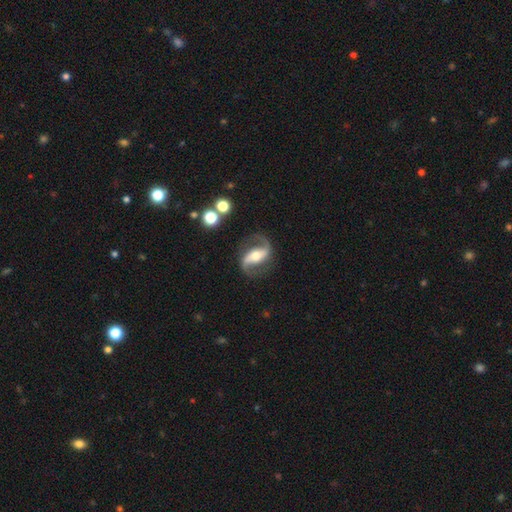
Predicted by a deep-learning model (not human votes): Smooth or featured? Predicted: featured or disk (p=0.89). Edge-on disk? Predicted: no (p=0.96). Bar? Predicted: strong (p=0.49). Spiral arms? Predicted: yes (p=0.96). Spiral winding? Predicted: loose (p=0.50). Spiral arm count? Predicted: 2 (p=0.93). Bulge size? Predicted: moderate (p=0.65). Merging? Predicted: none (p=0.81).